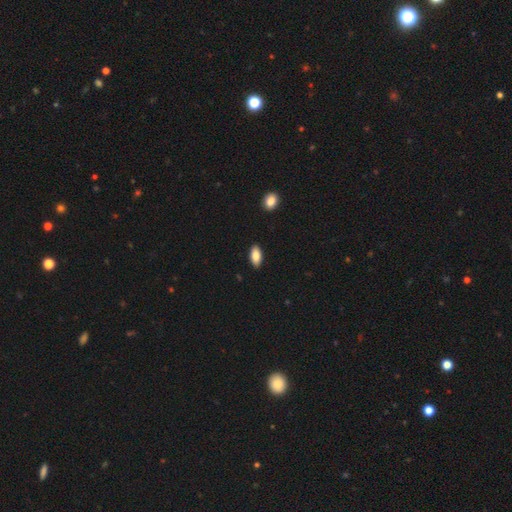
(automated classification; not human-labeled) smooth-or-featured: smooth: 85% | featured or disk: 8% | star or artifact: 7%
  how-rounded: in between: 91% | cigar-shaped: 6% | round: 2%
  merging: none: 89% | minor disturbance: 8% | major disturbance: 2% | merger: 1%